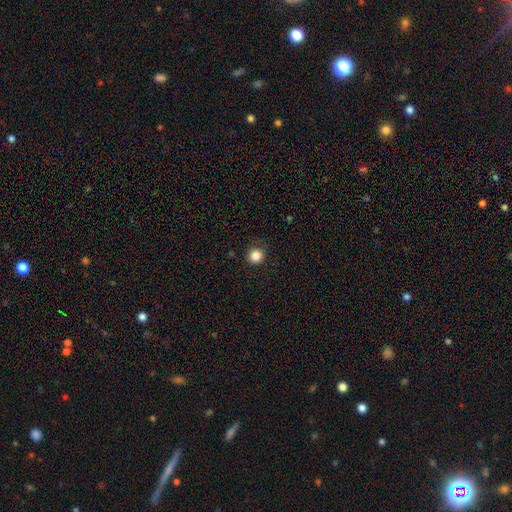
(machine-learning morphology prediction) smooth 85%, star or artifact 11%, featured or disk 4%. Down the decision tree: how rounded — round (93%); merging — none (85%).